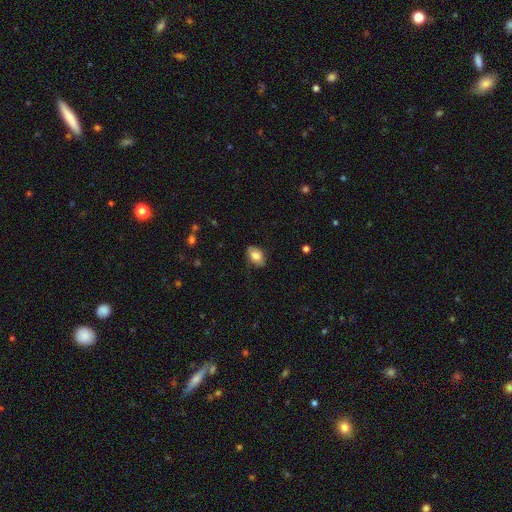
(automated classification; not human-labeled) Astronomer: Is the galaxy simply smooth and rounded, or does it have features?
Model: smooth — 79%.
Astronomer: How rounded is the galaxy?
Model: in between — 88%.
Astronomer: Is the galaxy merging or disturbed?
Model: none — 79%.